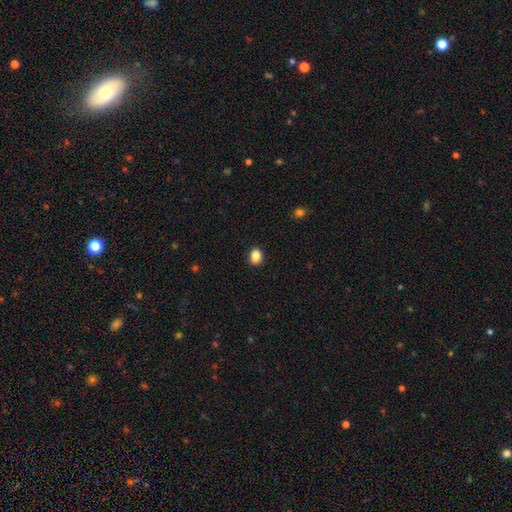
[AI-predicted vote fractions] Smooth or featured: smooth — 87% (star or artifact — 9%)
How rounded: in between — 53% (round — 46%)
Merging: none — 89% (minor disturbance — 8%)